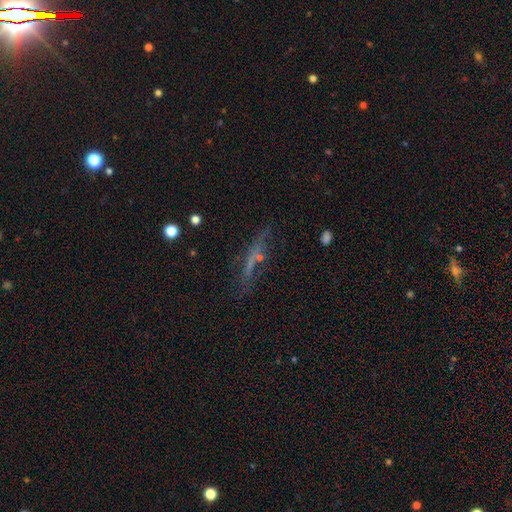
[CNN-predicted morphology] smooth-or-featured: featured or disk: 44% | smooth: 35% | star or artifact: 21%
  merging: none: 67% | minor disturbance: 18% | major disturbance: 10% | merger: 5%